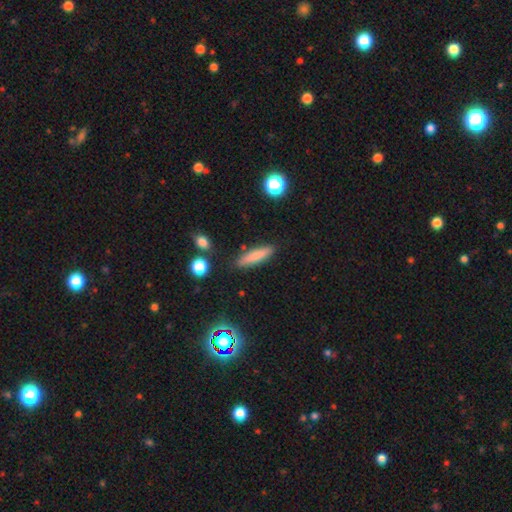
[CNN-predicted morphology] Smooth or featured? Predicted: smooth (p=0.75). How rounded? Predicted: cigar-shaped (p=0.77). Merging? Predicted: none (p=0.85).